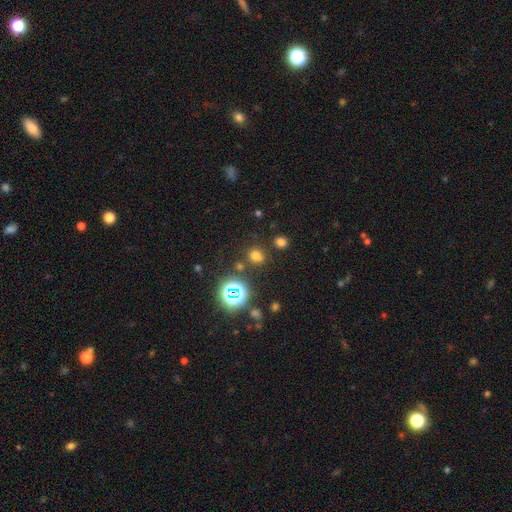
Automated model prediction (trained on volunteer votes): A smooth galaxy with no disk features (64%) that is round (71%). Merging: none (80%).